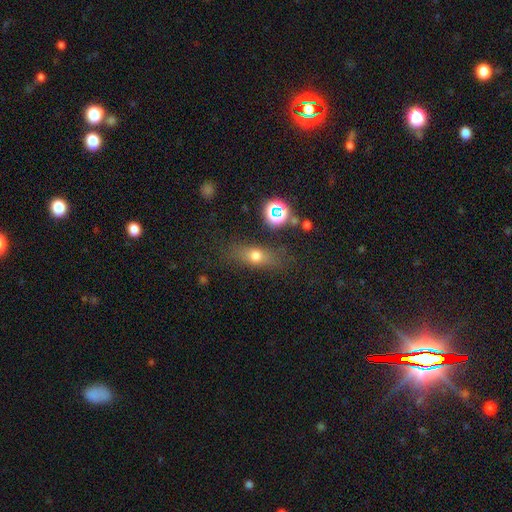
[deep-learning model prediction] This is likely a smooth galaxy (64%). How rounded: possibly in between (57%). Merging: likely none (74%).